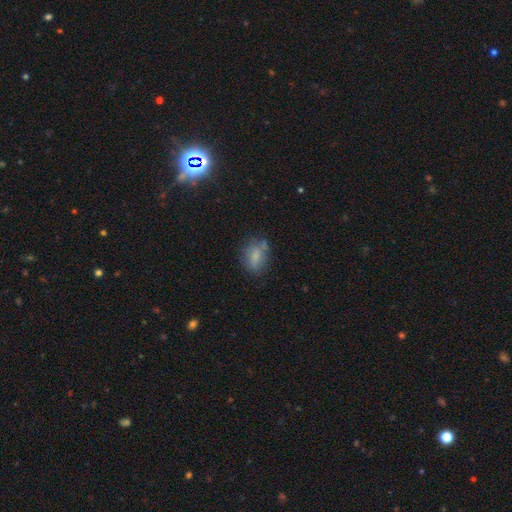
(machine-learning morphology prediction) smooth 72%, featured or disk 17%, star or artifact 11%. Down the decision tree: how rounded — in between (74%); merging — none (60%).